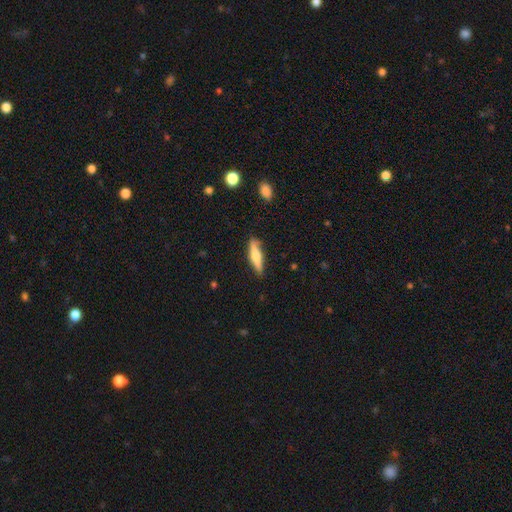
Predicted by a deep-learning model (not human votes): Smooth or featured? Predicted: smooth (p=0.49). Merging? Predicted: none (p=0.84).